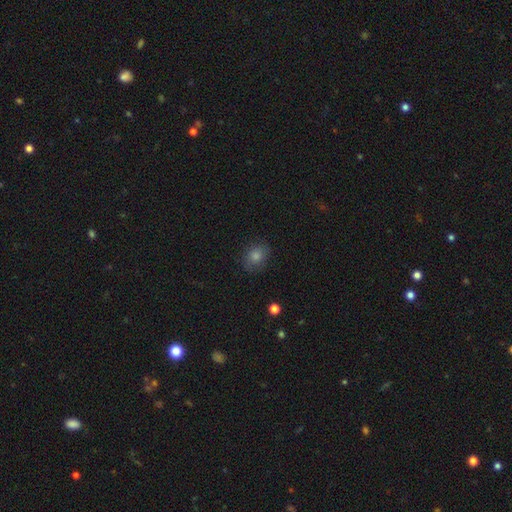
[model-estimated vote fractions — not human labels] Smooth or featured?
  - smooth: 69% *
  - star or artifact: 18%
  - featured or disk: 13%
How rounded?
  - round: 52% *
  - in between: 47%
  - cigar-shaped: 1%
Merging?
  - none: 81% *
  - minor disturbance: 14%
  - major disturbance: 4%
  - merger: 1%